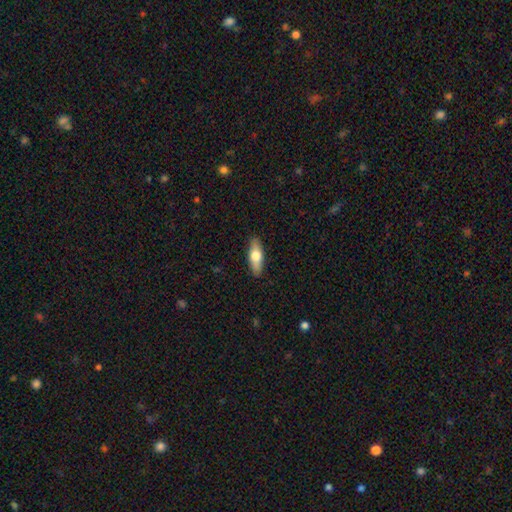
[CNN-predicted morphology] smooth 66%, featured or disk 28%, star or artifact 6%. Down the decision tree: how rounded — in between (63%); merging — none (88%).